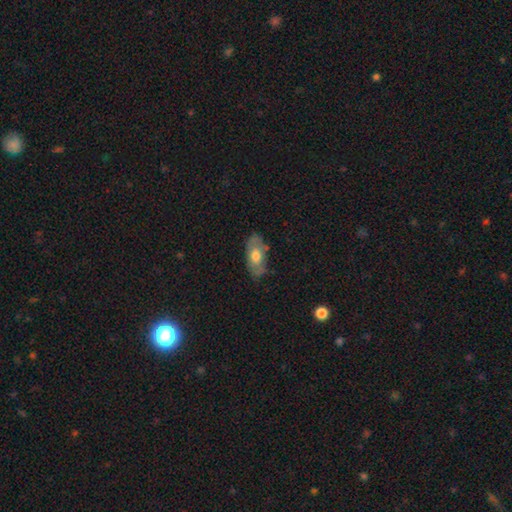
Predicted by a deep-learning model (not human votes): A smooth galaxy with no disk features (54%) that is in between round and cigar-shaped (89%).

Vote fractions:
- Smooth or featured? smooth: 54% / featured or disk: 39% / star or artifact: 7%
- How rounded? in between: 89% / cigar-shaped: 7% / round: 5%
- Merging? none: 76% / minor disturbance: 18% / major disturbance: 4% / merger: 2%